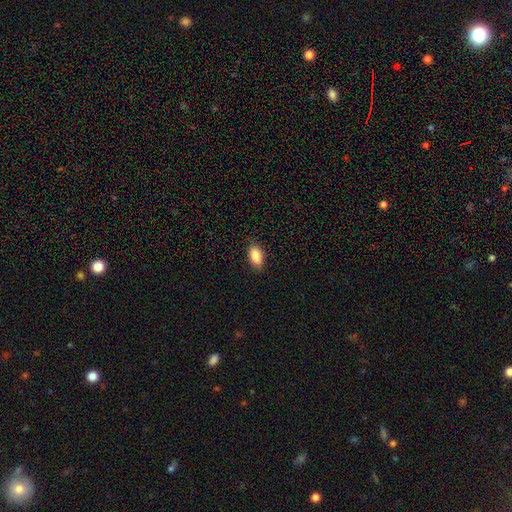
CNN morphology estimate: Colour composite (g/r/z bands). It shows a smooth galaxy with no disk features (87%) that is in between round and cigar-shaped (92%). Merging: none (87%).